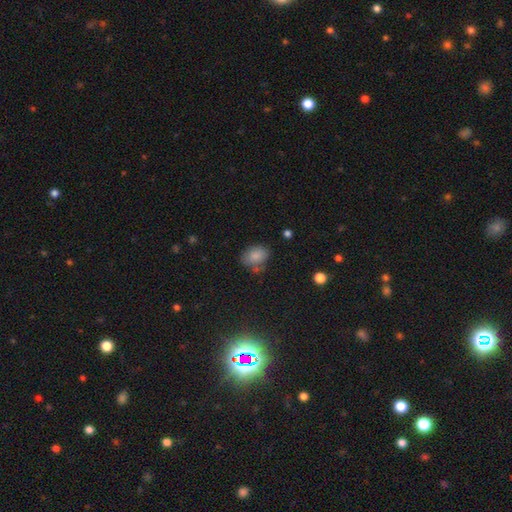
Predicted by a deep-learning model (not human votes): smooth-or-featured: smooth: 82% | star or artifact: 9% | featured or disk: 8%
  how-rounded: in between: 65% | round: 34% | cigar-shaped: 1%
  merging: none: 61% | minor disturbance: 23% | merger: 9% | major disturbance: 7%